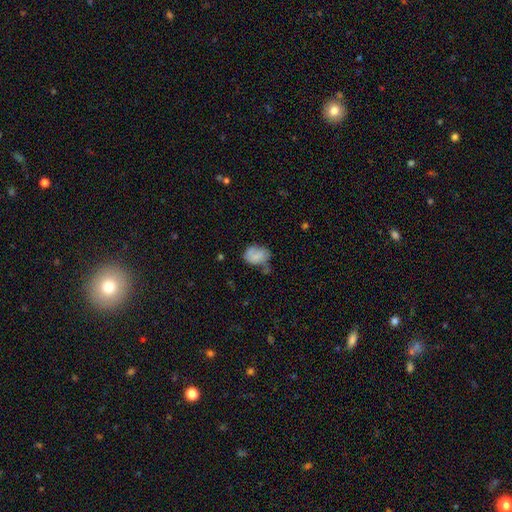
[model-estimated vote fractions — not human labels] This is likely a smooth galaxy (71%). How rounded: likely in between (69%). Merging: marginally none (41%).